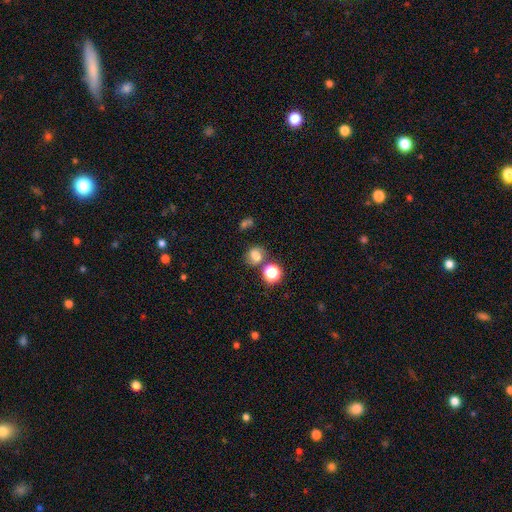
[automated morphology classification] Smooth or featured: smooth — 67% (star or artifact — 18%)
How rounded: round — 62% (in between — 37%)
Merging: none — 61% (minor disturbance — 16%)